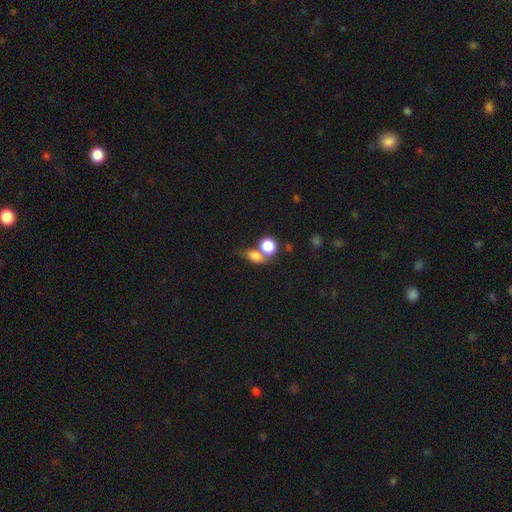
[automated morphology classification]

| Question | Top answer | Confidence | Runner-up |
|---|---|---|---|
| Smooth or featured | smooth | 78% | star or artifact (11%) |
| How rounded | in between | 61% | round (35%) |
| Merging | merger | 45% | none (38%) |